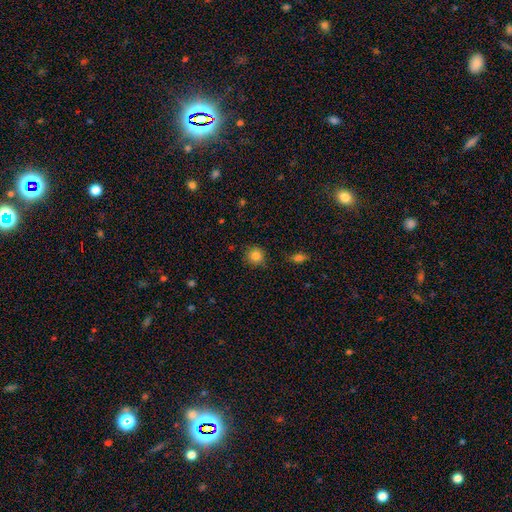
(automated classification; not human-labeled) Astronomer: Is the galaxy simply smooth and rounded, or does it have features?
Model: smooth — 84%.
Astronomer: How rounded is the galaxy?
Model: round — 91%.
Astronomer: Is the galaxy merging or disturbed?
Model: none — 85%.